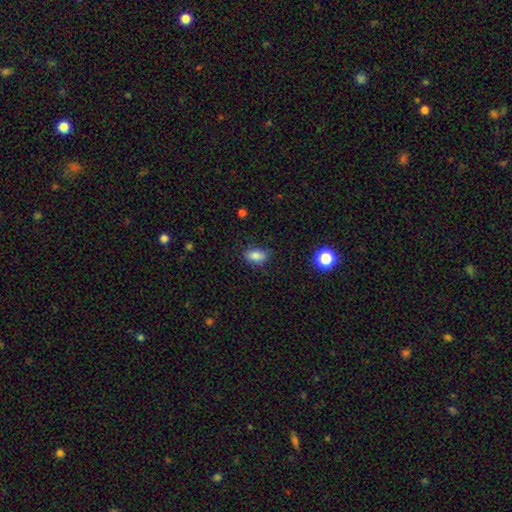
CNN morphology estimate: This appears to be a smooth galaxy with no disk features (84%) that is in between round and cigar-shaped (86%). Merging: none (79%).